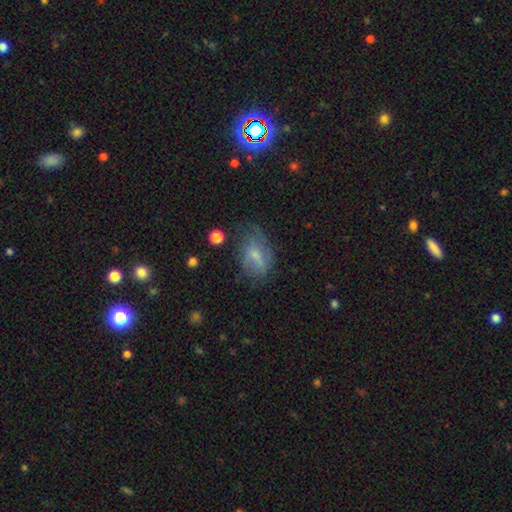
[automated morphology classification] A smooth galaxy with no disk features (59%) that is in between round and cigar-shaped (83%). Merging: none (50%).